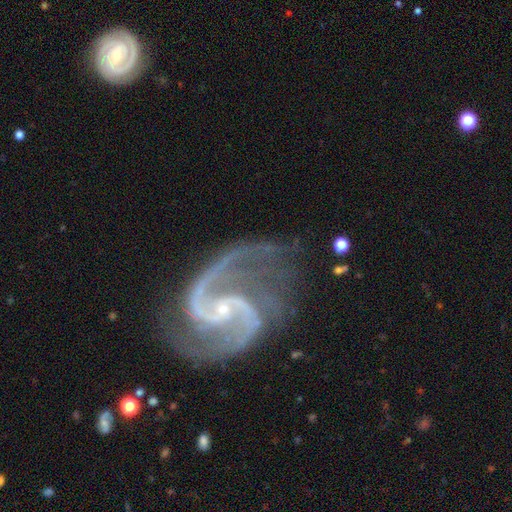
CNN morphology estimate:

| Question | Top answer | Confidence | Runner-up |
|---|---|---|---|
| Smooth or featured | featured or disk | 94% | star or artifact (4%) |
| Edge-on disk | no | 98% | yes (2%) |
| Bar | weak | 41% | no (40%) |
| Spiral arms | yes | 99% | no (1%) |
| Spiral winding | medium | 57% | loose (31%) |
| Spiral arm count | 2 | 92% | 3 (2%) |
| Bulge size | small | 83% | moderate (11%) |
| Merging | none | 61% | minor disturbance (21%) |